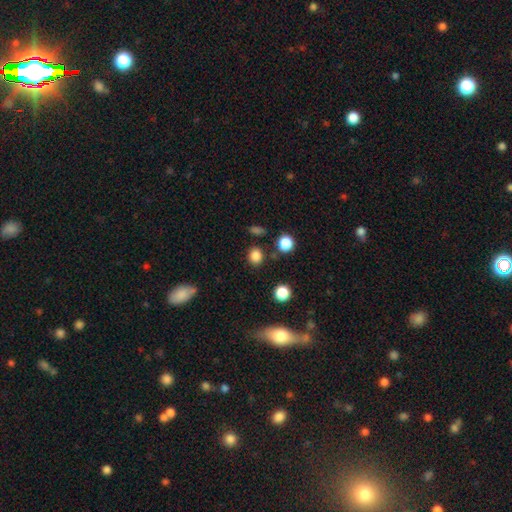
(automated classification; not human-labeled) smooth 83%, star or artifact 13%, featured or disk 4%. Down the decision tree: how rounded — round (75%); merging — none (84%).